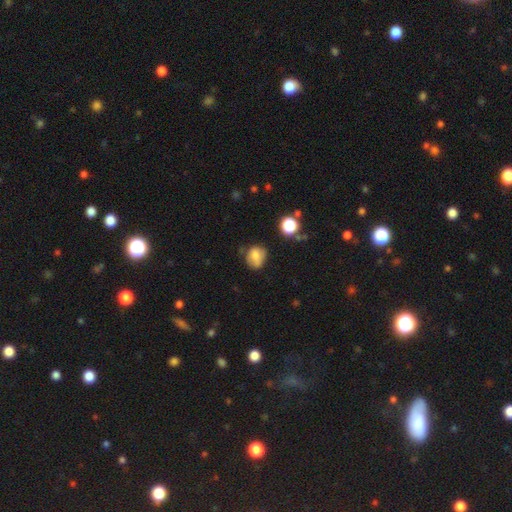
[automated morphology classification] smooth 71%, featured or disk 17%, star or artifact 12%. Down the decision tree: how rounded — round (60%); merging — none (55%).